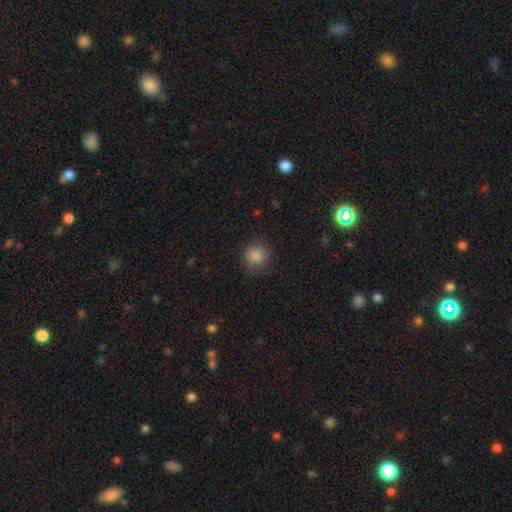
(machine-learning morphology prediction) A smooth galaxy with no disk features (82%) that is round (88%). Merging: none (69%).